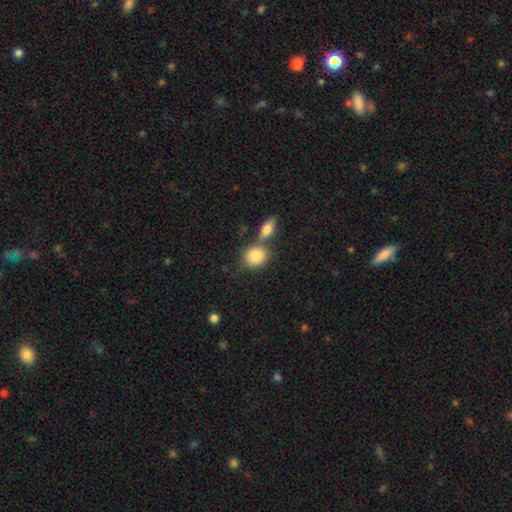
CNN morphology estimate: type=smooth (83%); roundness=round (63%); merging=none (49%).